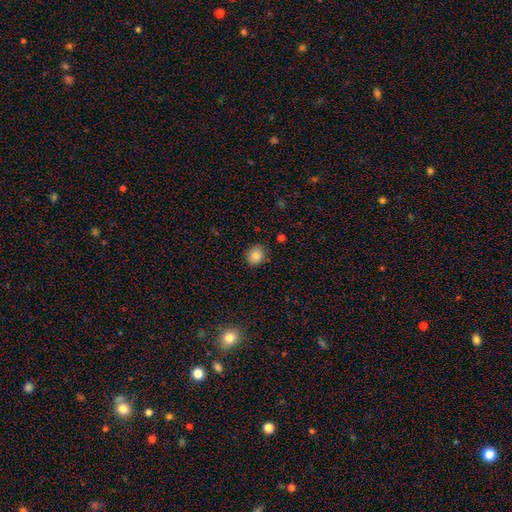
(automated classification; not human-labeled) Overall: smooth (85%). How rounded: round (66%; in between 33%). Merging: none (85%).